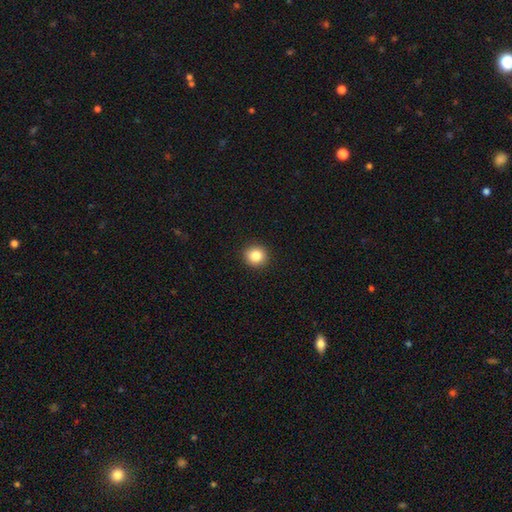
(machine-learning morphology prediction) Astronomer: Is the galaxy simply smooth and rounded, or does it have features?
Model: smooth — 85%.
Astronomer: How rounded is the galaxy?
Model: round — 91%.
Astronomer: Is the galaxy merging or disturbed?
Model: none — 93%.